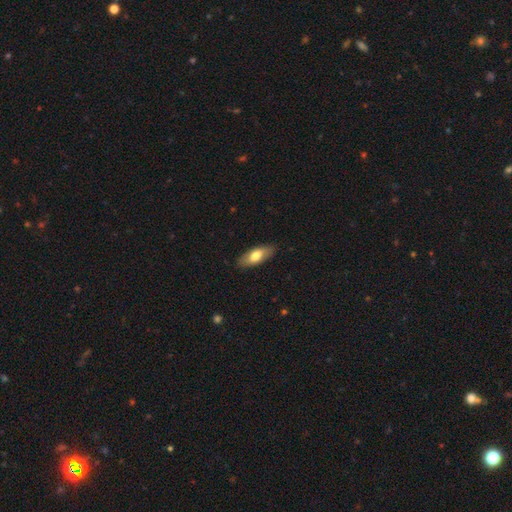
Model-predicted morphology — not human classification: Overall: smooth (69%). How rounded: in between (76%). Merging: none (87%).